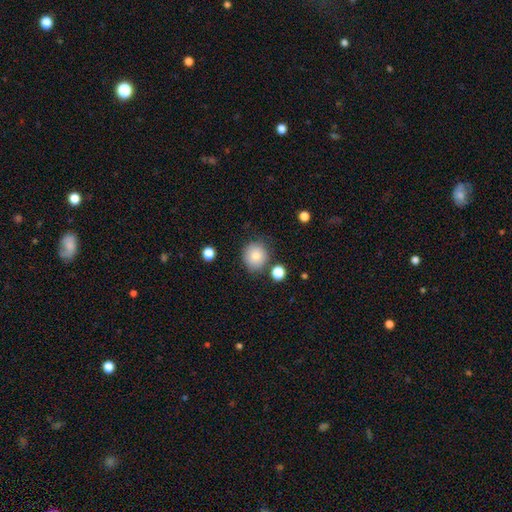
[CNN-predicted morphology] Smooth or featured? smooth (80%)
How rounded? round (88%)
Merging? none (78%)